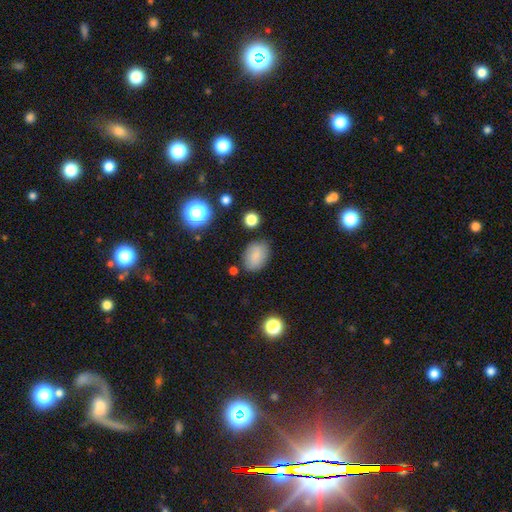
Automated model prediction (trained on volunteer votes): Smooth or featured? Predicted: smooth (p=0.81). How rounded? Predicted: in between (p=0.79). Merging? Predicted: none (p=0.79).